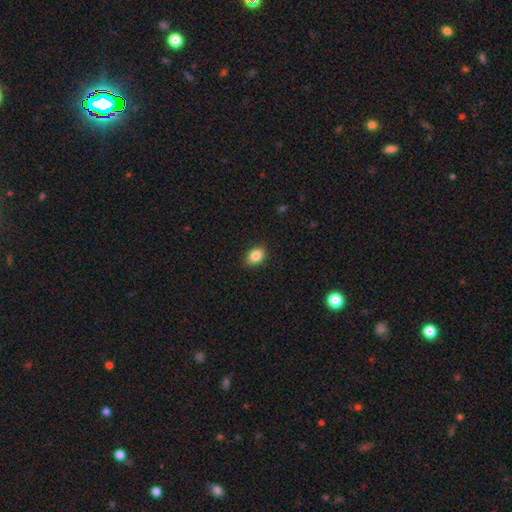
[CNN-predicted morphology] smooth_or_featured: smooth (p=0.86) [alt: star or artifact p=0.09]
how_rounded: in between (p=0.78) [alt: round p=0.21]
merging: none (p=0.87) [alt: minor disturbance p=0.10]